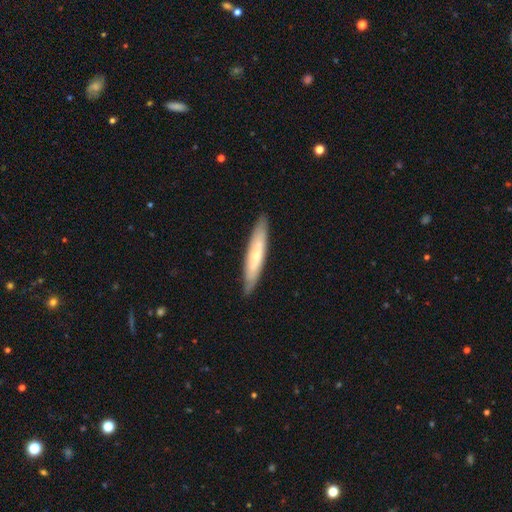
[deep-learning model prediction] Smooth or featured? smooth (49%)
Merging? none (87%)